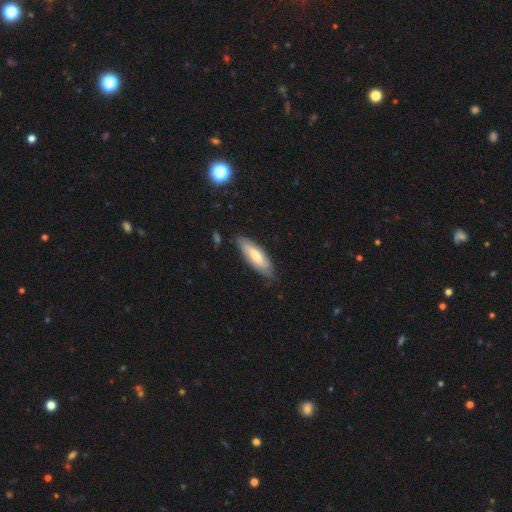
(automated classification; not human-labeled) Overall: smooth (59%; featured or disk 35%). How rounded: in between (61%; cigar-shaped 38%). Merging: none (77%).